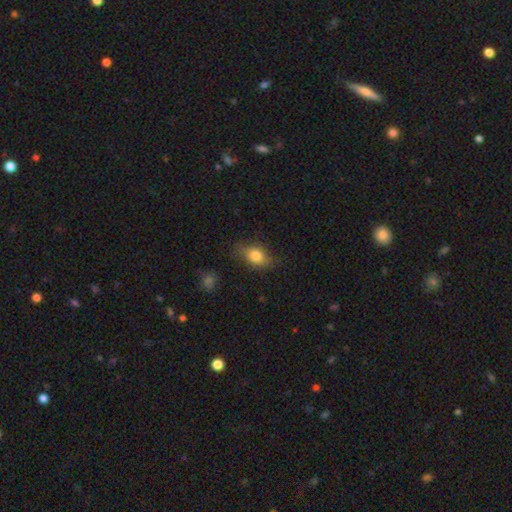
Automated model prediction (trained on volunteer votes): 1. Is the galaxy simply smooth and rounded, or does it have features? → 80% smooth, 12% featured or disk, 9% star or artifact.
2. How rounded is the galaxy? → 78% in between, 19% round, 3% cigar-shaped.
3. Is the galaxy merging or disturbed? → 70% none, 22% minor disturbance, 6% major disturbance, 2% merger.